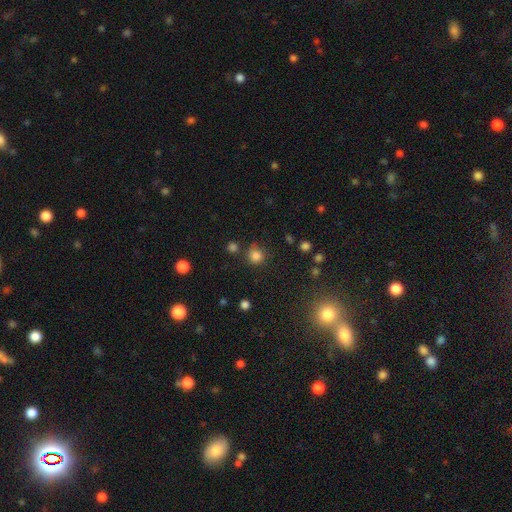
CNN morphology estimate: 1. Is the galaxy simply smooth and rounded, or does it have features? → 81% smooth, 14% star or artifact, 4% featured or disk.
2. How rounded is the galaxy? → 90% round, 9% in between, 1% cigar-shaped.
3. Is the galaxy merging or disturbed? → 77% none, 12% minor disturbance, 7% merger, 4% major disturbance.